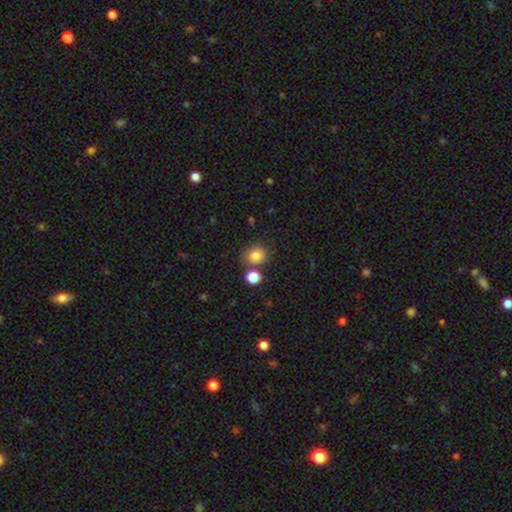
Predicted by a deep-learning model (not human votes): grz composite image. It shows a smooth galaxy with no disk features (82%) that is round (83%). Merging: none (74%).